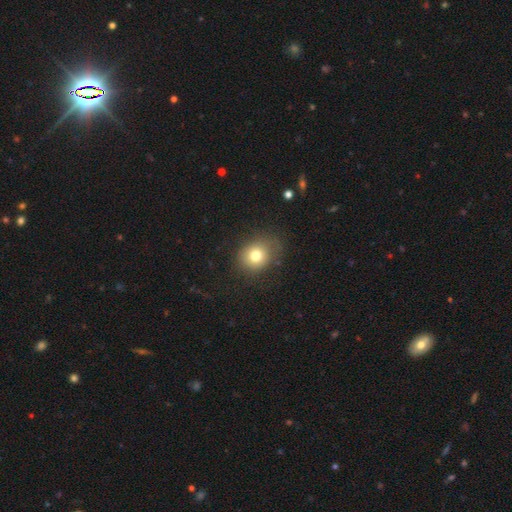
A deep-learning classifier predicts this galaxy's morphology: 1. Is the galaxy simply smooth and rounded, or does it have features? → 77% smooth, 12% star or artifact, 11% featured or disk.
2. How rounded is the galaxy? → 63% round, 36% in between, 1% cigar-shaped.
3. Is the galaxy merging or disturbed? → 72% none, 20% minor disturbance, 7% major disturbance, 1% merger.